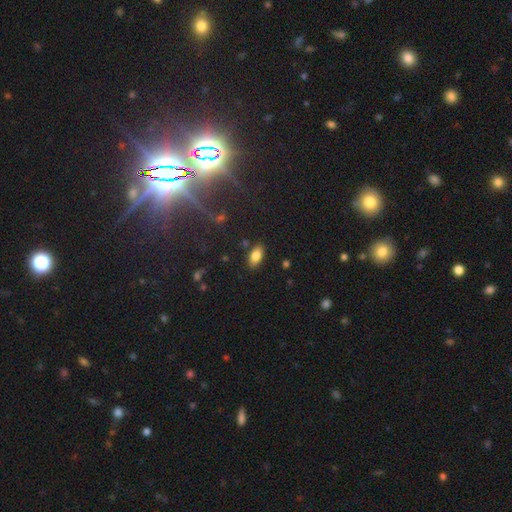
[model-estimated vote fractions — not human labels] Smooth or featured: smooth — 80% (featured or disk — 11%)
How rounded: in between — 91% (cigar-shaped — 6%)
Merging: none — 85% (minor disturbance — 10%)